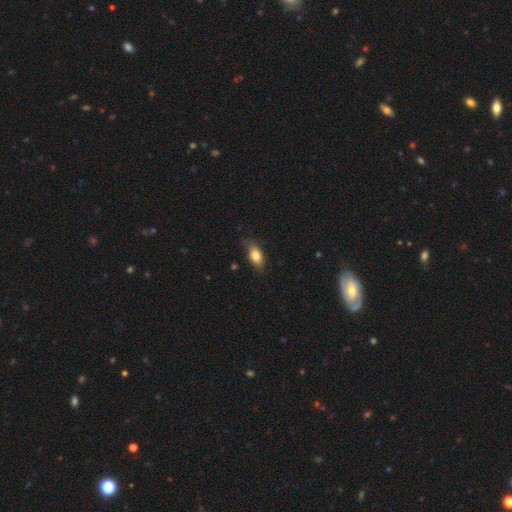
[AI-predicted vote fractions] A smooth galaxy with no disk features (78%) that is in between round and cigar-shaped (84%). Merging: none (74%).